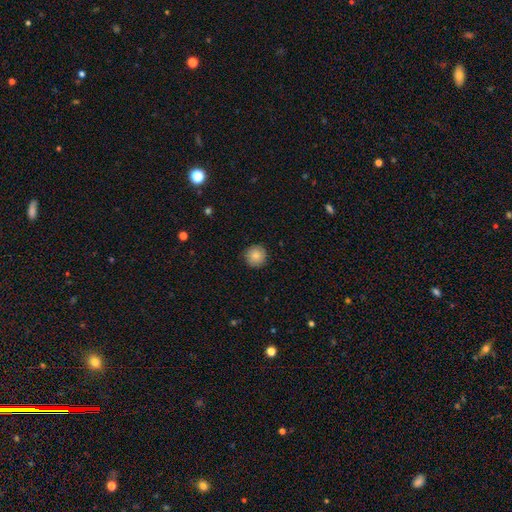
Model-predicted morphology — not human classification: This is clearly a smooth galaxy (84%). How rounded: clearly round (95%). Merging: clearly none (89%).